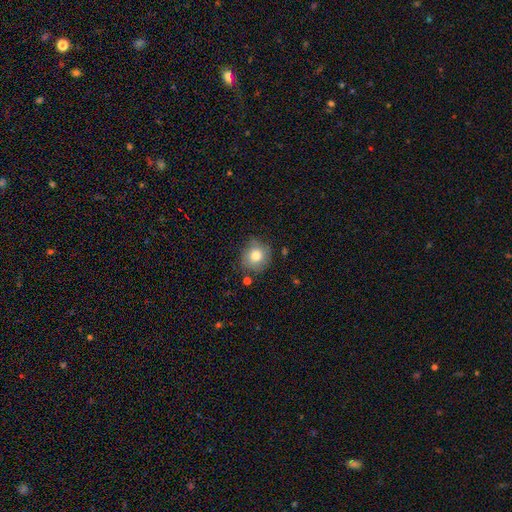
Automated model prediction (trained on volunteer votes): smooth-or-featured: smooth: 80% | featured or disk: 11% | star or artifact: 9%
  how-rounded: round: 87% | in between: 12% | cigar-shaped: 1%
  merging: none: 77% | minor disturbance: 16% | major disturbance: 4% | merger: 4%